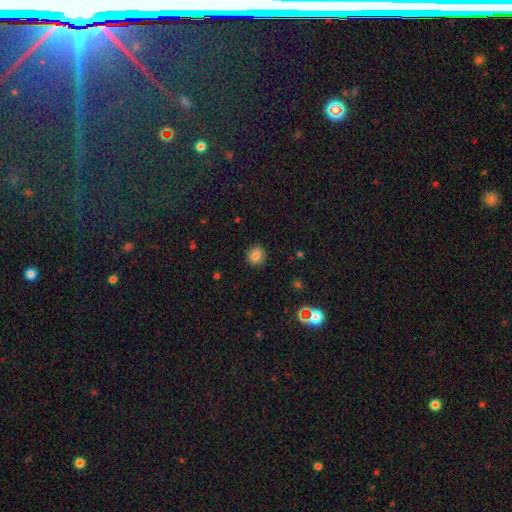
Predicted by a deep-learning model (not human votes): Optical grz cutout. It shows a smooth galaxy with no disk features (83%) that is round (84%). Merging: none (90%).